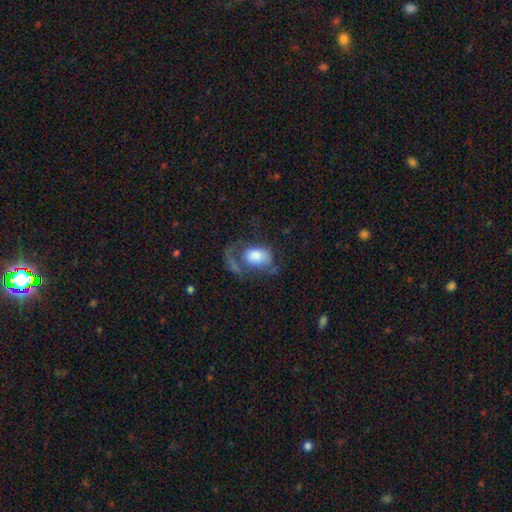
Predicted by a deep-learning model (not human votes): smooth 60%, featured or disk 31%, star or artifact 8%. Down the decision tree: how rounded — in between (79%); merging — major disturbance (46%).